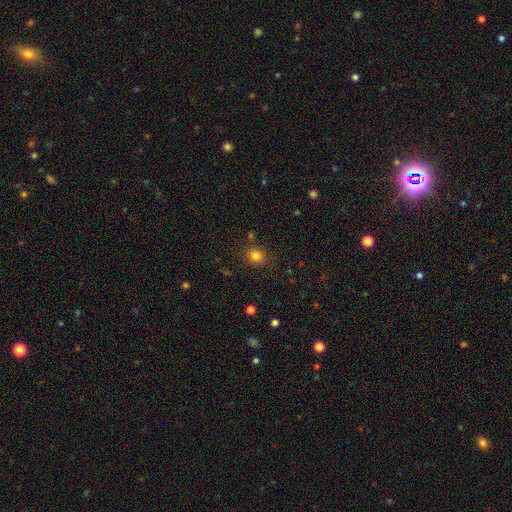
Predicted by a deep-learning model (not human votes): A smooth galaxy with no disk features (80%) that is round (73%).

Vote fractions:
- Smooth or featured? smooth: 80% / star or artifact: 14% / featured or disk: 6%
- How rounded? round: 73% / in between: 26% / cigar-shaped: 1%
- Merging? none: 85% / minor disturbance: 9% / major disturbance: 3% / merger: 3%